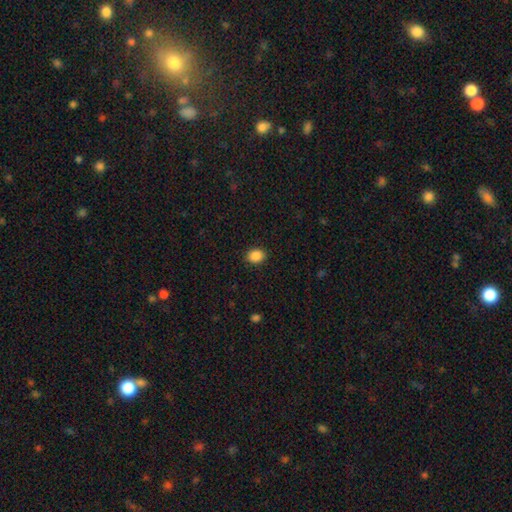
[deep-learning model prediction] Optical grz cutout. It shows a smooth galaxy with no disk features (88%) that is in between round and cigar-shaped (52%). Merging: none (90%).